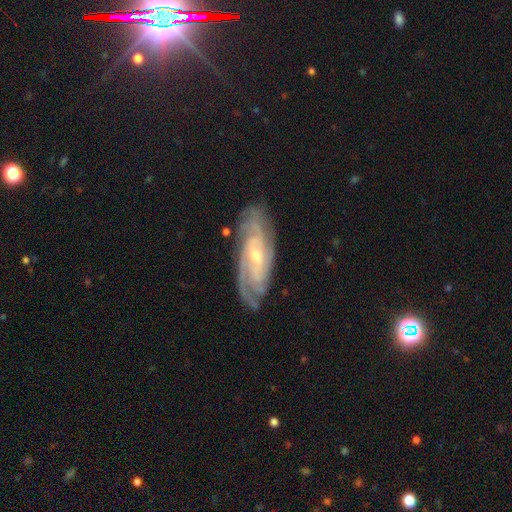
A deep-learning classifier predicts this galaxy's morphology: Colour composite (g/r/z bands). It shows a featured or disk galaxy (89%) with no bar (45%), 3 (27%) tight (69%) spiral arms (98%) and a small central bulge (62%). Merging: none (80%).